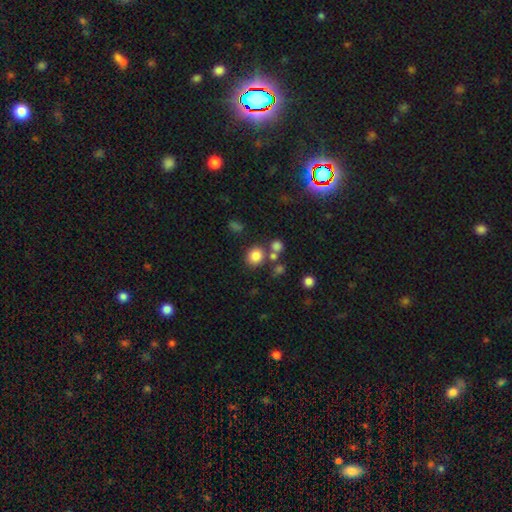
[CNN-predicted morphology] This is likely a smooth galaxy (80%). How rounded: likely round (79%). Merging: likely none (71%).